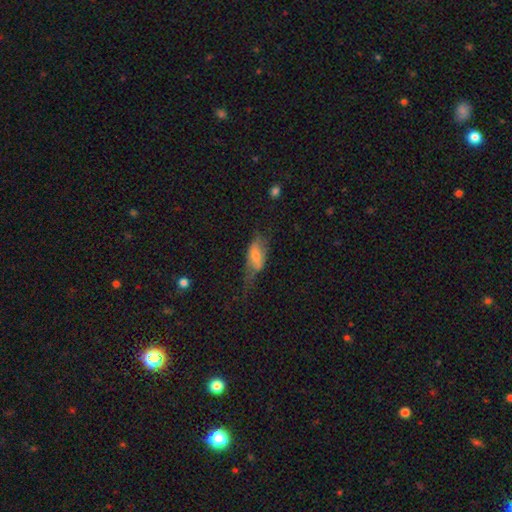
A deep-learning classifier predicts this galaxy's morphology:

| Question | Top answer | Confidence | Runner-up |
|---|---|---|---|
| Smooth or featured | smooth | 54% | featured or disk (38%) |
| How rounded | in between | 78% | cigar-shaped (18%) |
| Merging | none | 37% | minor disturbance (30%) |